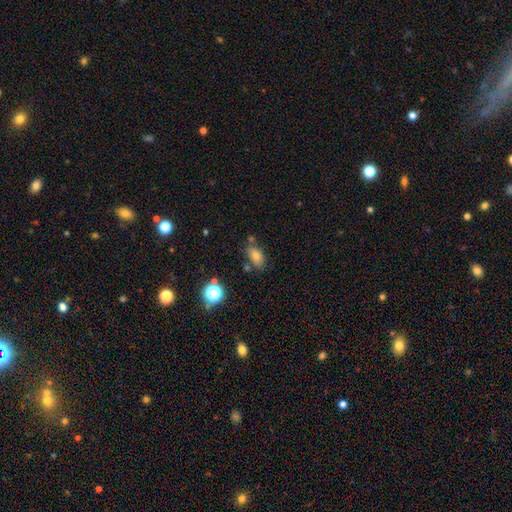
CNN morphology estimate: Overall: smooth (74%). How rounded: in between (84%). Merging: none (67%).